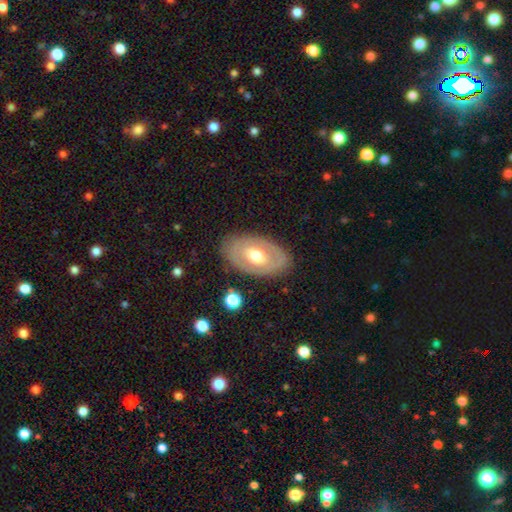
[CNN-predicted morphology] Smooth or featured? featured or disk (56%)
Edge-on disk? no (89%)
Merging? none (82%)